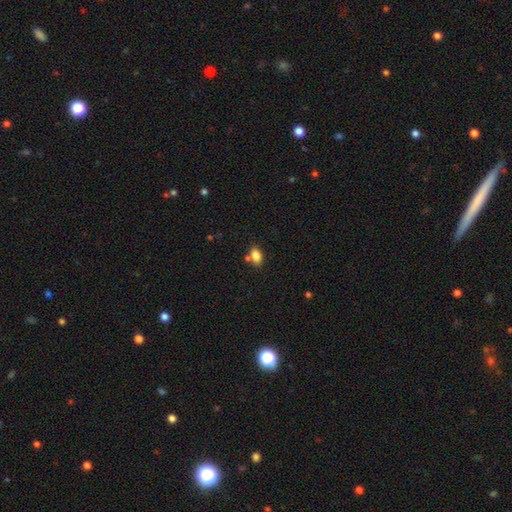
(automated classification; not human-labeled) smooth 83%, star or artifact 9%, featured or disk 7%. Down the decision tree: how rounded — in between (86%); merging — none (65%).